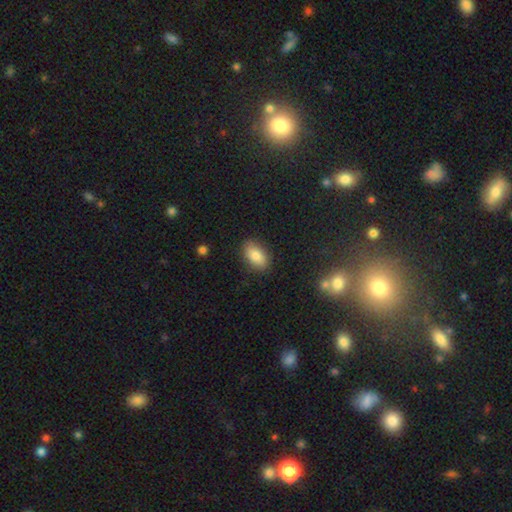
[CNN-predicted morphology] smooth-or-featured: smooth: 82% | featured or disk: 10% | star or artifact: 8%
  how-rounded: in between: 90% | round: 6% | cigar-shaped: 4%
  merging: none: 85% | minor disturbance: 11% | major disturbance: 3% | merger: 1%